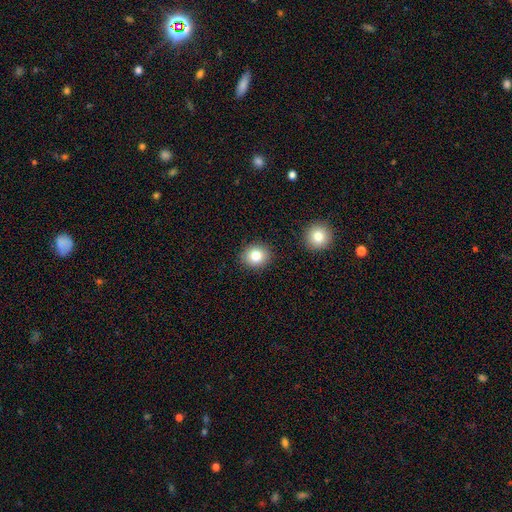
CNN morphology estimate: A smooth galaxy with no disk features (81%) that is round (79%).

Vote fractions:
- Smooth or featured? smooth: 81% / star or artifact: 11% / featured or disk: 8%
- How rounded? round: 79% / in between: 20% / cigar-shaped: 1%
- Merging? none: 88% / minor disturbance: 7% / merger: 2% / major disturbance: 2%